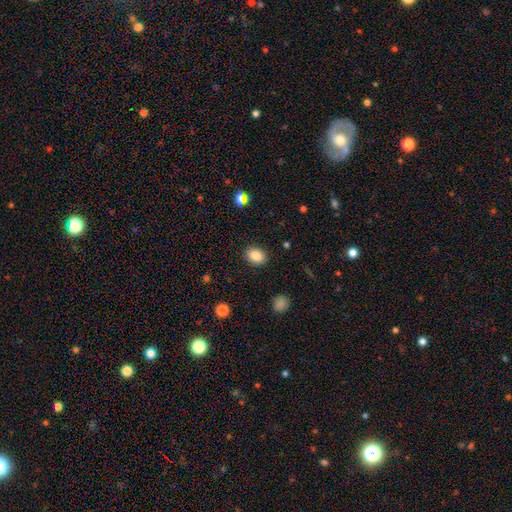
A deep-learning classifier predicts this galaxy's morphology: Smooth or featured? Predicted: smooth (p=0.86). How rounded? Predicted: in between (p=0.64). Merging? Predicted: none (p=0.88).